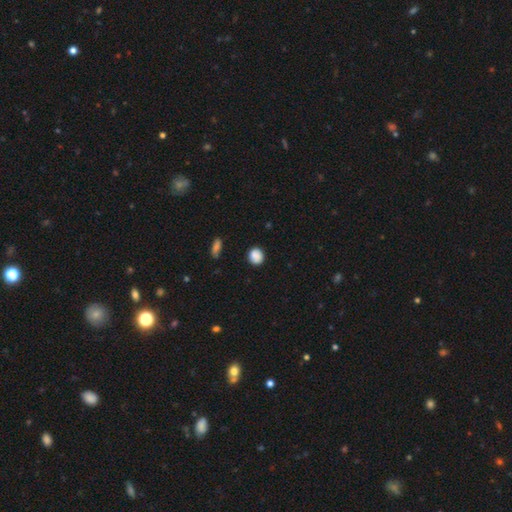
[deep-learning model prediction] smooth 87%, star or artifact 9%, featured or disk 4%. Down the decision tree: how rounded — round (79%); merging — none (84%).